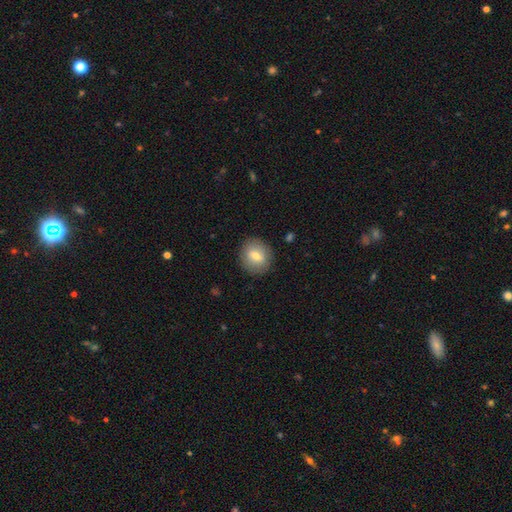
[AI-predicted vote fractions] smooth-or-featured: smooth: 71% | featured or disk: 20% | star or artifact: 8%
  how-rounded: round: 79% | in between: 20% | cigar-shaped: 1%
  merging: none: 87% | minor disturbance: 9% | major disturbance: 3% | merger: 1%